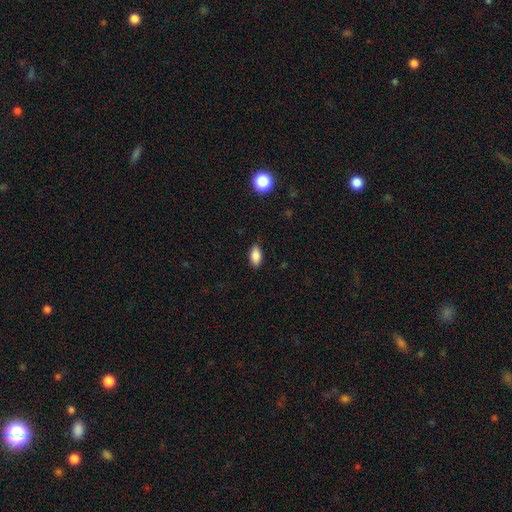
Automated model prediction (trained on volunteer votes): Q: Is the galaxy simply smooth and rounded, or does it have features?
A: smooth — 87%.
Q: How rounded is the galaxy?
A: in between — 92%.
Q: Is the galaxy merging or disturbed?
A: none — 87%.